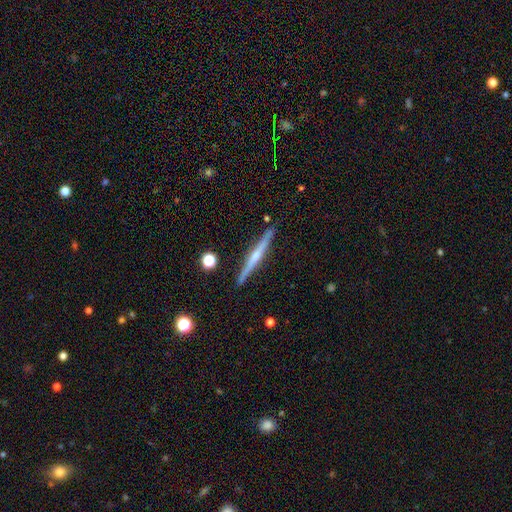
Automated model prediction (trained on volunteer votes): Smooth or featured?
  - featured or disk: 74% *
  - smooth: 20%
  - star or artifact: 6%
Edge-on disk?
  - yes: 98% *
  - no: 2%
Edge-on bulge?
  - rounded: 72% *
  - none: 20%
  - boxy: 8%
Merging?
  - none: 91% *
  - minor disturbance: 7%
  - merger: 1%
  - major disturbance: 1%